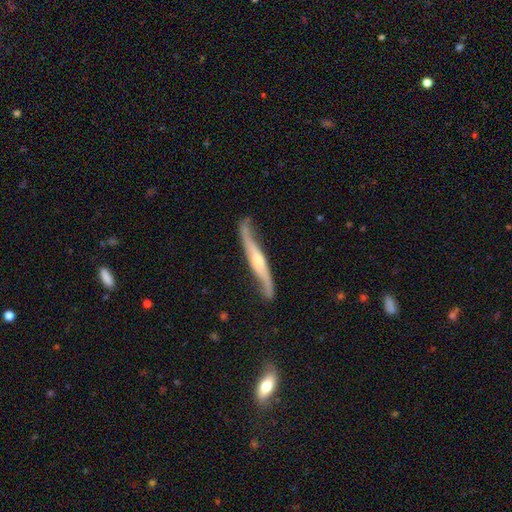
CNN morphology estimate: Smooth or featured? Predicted: featured or disk (p=0.82). Edge-on disk? Predicted: yes (p=0.70). Edge-on bulge? Predicted: rounded (p=0.73). Merging? Predicted: none (p=0.74).